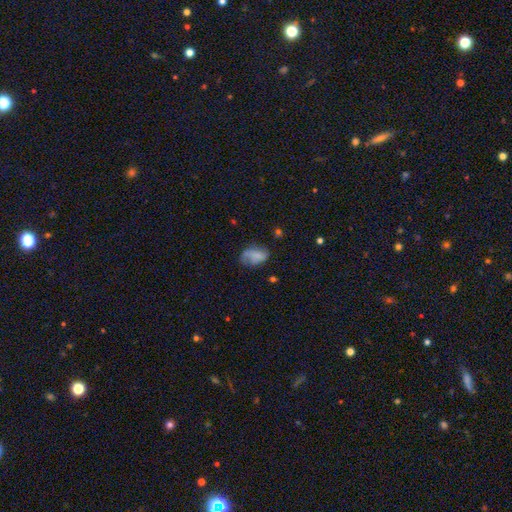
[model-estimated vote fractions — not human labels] Smooth or featured? Predicted: smooth (p=0.63). How rounded? Predicted: in between (p=0.87). Merging? Predicted: none (p=0.41).